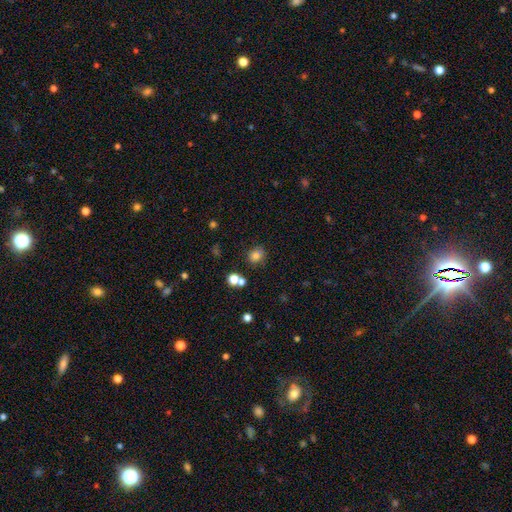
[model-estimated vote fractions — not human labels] This appears to be a smooth galaxy with no disk features (77%) that is round (74%). Merging: none (75%).